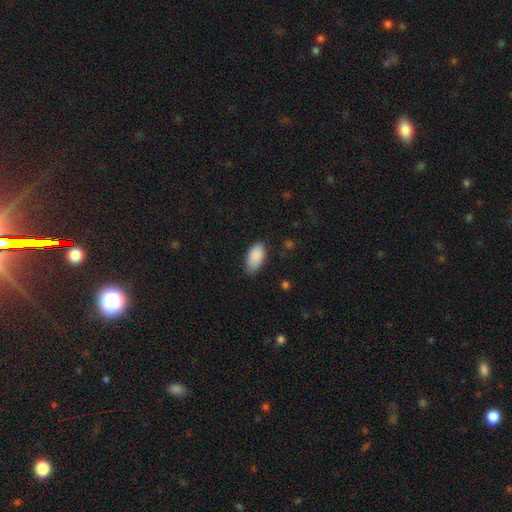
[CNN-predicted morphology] smooth_or_featured: smooth (p=0.89) [alt: star or artifact p=0.06]
how_rounded: in between (p=0.94) [alt: cigar-shaped p=0.03]
merging: none (p=0.66) [alt: minor disturbance p=0.29]